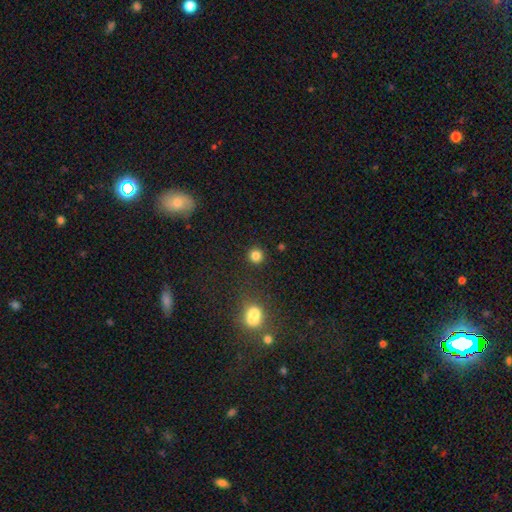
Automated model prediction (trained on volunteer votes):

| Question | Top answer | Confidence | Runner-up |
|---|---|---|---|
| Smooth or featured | smooth | 83% | star or artifact (13%) |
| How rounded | round | 92% | in between (7%) |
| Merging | none | 89% | minor disturbance (6%) |